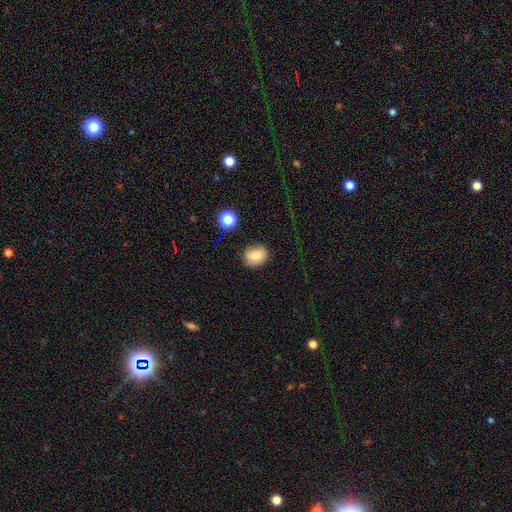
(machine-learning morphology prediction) Smooth or featured? Predicted: smooth (p=0.78). How rounded? Predicted: round (p=0.63). Merging? Predicted: none (p=0.82).